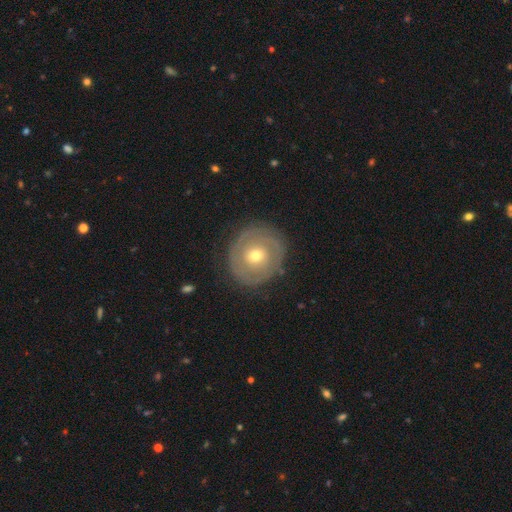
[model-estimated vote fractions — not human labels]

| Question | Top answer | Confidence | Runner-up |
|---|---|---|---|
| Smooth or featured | featured or disk | 63% | smooth (30%) |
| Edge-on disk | no | 96% | yes (4%) |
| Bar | no | 81% | weak (15%) |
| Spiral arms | yes | 57% | no (43%) |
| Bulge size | moderate | 56% | small (39%) |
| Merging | none | 82% | minor disturbance (12%) |